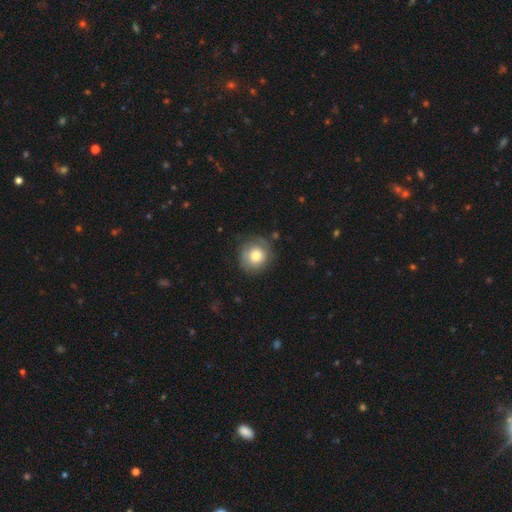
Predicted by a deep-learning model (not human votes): smooth 71%, featured or disk 20%, star or artifact 8%. Down the decision tree: how rounded — round (86%); merging — none (72%).